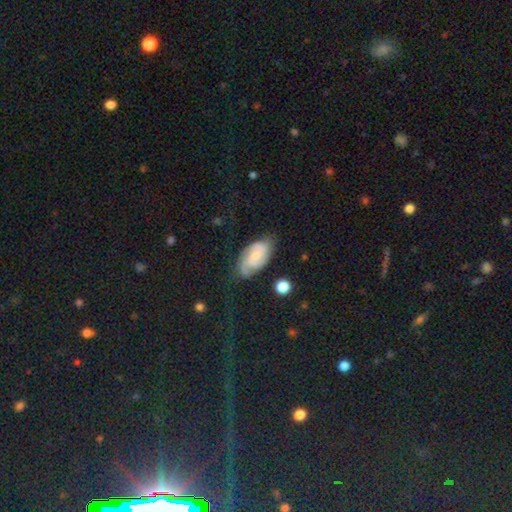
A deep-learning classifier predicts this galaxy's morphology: A featured or disk galaxy (76%) with no bar (60%), 2 (47%) tight (48%) spiral arms (96%) and a small central bulge (59%).

Vote fractions:
- Smooth or featured? featured or disk: 76% / smooth: 18% / star or artifact: 7%
- Edge-on disk? no: 97% / yes: 3%
- Bar? no: 60% / weak: 34% / strong: 6%
- Spiral arms? yes: 96% / no: 4%
- Spiral winding? tight: 48% / medium: 41% / loose: 10%
- Spiral arm count? 2: 47% / 3: 28% / can't tell: 15% / 4: 4% / 1: 4% / more than 4: 3%
- Bulge size? small: 59% / moderate: 27% / none: 11% / large: 2% / dominant: 1%
- Merging? none: 70% / minor disturbance: 21% / major disturbance: 7% / merger: 2%